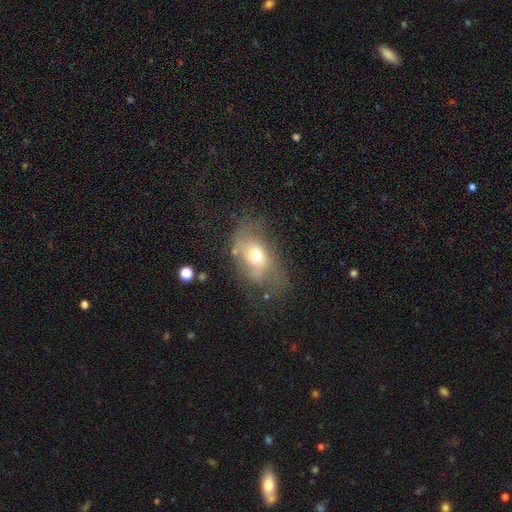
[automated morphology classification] type=smooth (55%); roundness=in between (77%); merging=none (38%).